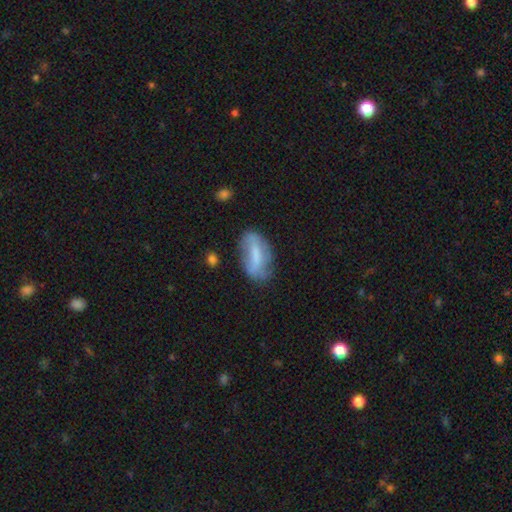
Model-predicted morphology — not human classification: The model was most divided on "smooth or featured": smooth: 53%, featured or disk: 39%, star or artifact: 8%. More confident: how rounded — in between (84%); merging — none (57%).